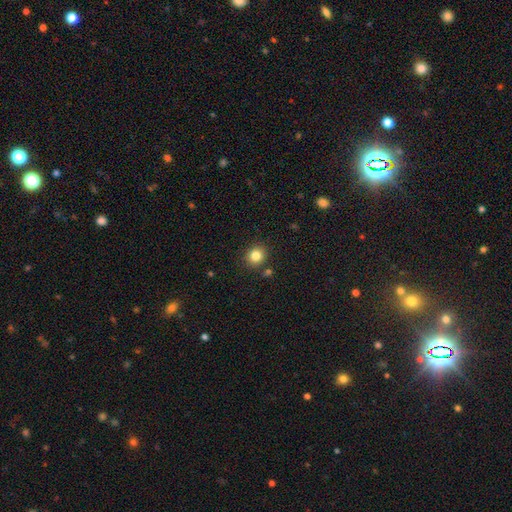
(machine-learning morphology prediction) Overall: smooth (83%). How rounded: round (84%). Merging: none (86%).